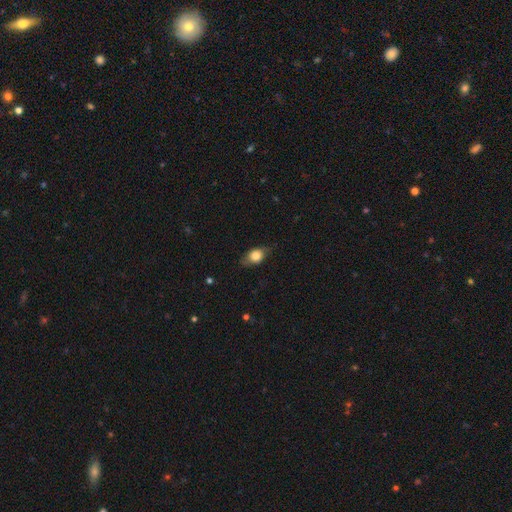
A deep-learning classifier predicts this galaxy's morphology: smooth-or-featured: smooth: 74% | featured or disk: 18% | star or artifact: 8%
  how-rounded: in between: 70% | round: 26% | cigar-shaped: 4%
  merging: none: 71% | minor disturbance: 22% | major disturbance: 6% | merger: 1%